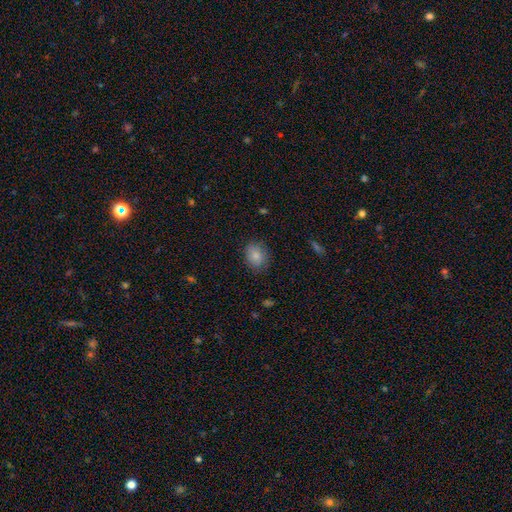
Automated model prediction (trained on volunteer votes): The model was most divided on "how rounded": in between: 50%, round: 49%, cigar-shaped: 1%. More confident: smooth or featured — smooth (85%); merging — none (82%).